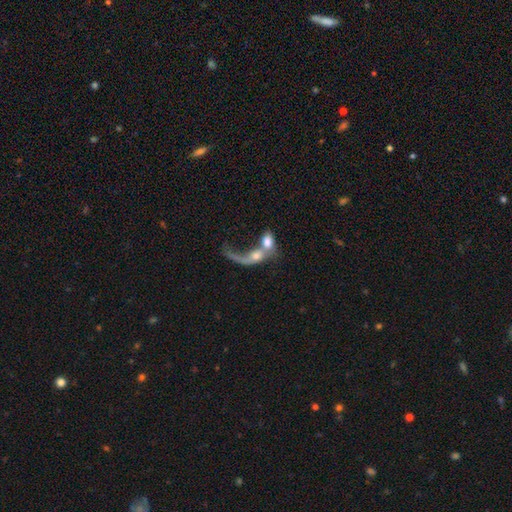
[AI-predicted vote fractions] This is possibly a smooth galaxy (48%). Merging: likely merger (74%).